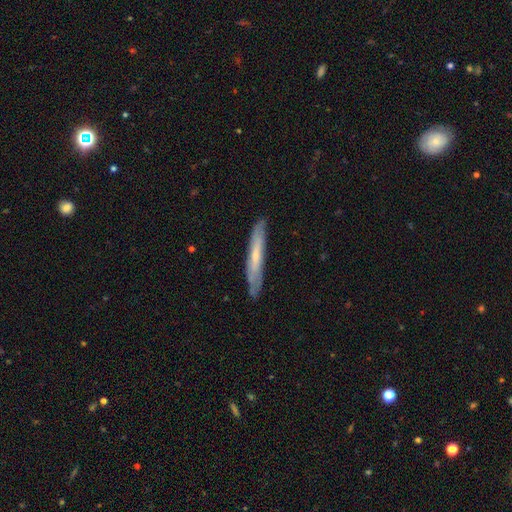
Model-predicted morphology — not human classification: featured or disk 50%, smooth 43%, star or artifact 6%. Down the decision tree: edge-on disk — yes (78%); merging — none (82%).